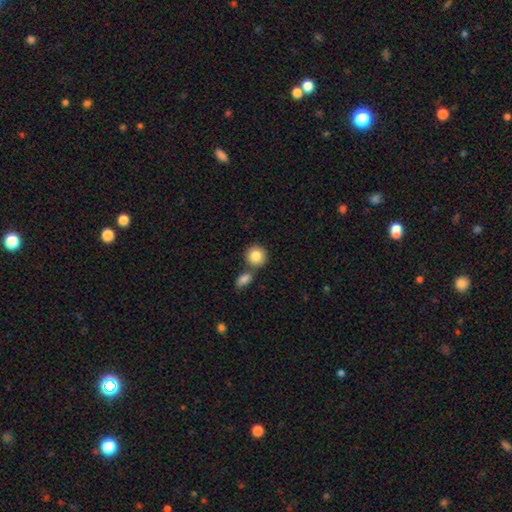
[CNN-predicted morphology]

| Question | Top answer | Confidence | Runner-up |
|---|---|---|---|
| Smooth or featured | smooth | 85% | star or artifact (8%) |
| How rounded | round | 87% | in between (12%) |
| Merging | none | 63% | merger (25%) |